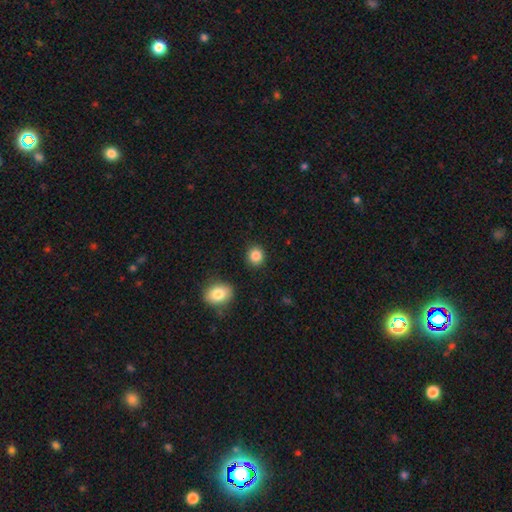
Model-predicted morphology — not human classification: smooth 87%, star or artifact 9%, featured or disk 4%. Down the decision tree: how rounded — round (83%); merging — none (90%).